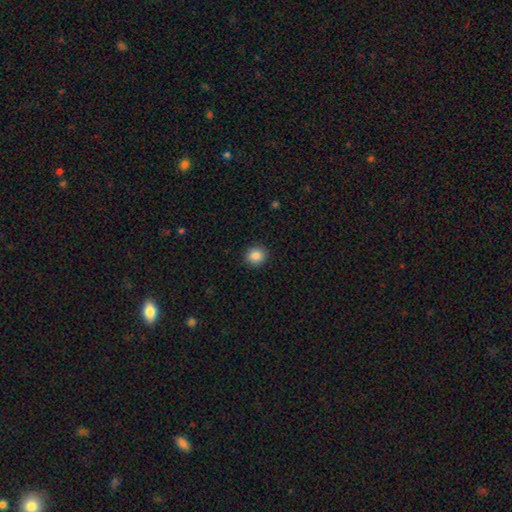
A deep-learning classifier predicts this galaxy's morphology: Overall: smooth (86%). How rounded: round (88%). Merging: none (92%).